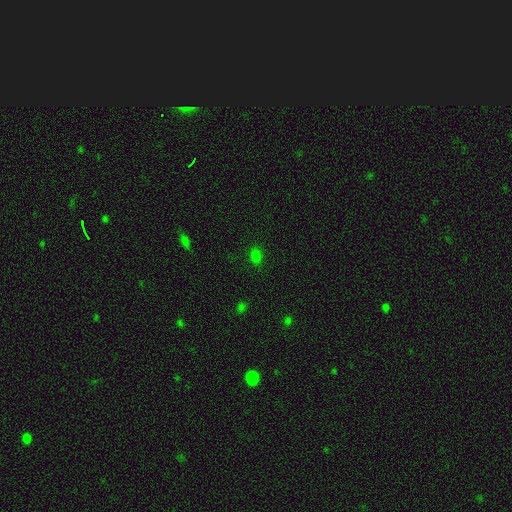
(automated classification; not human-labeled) Smooth or featured? smooth (76%)
How rounded? in between (64%)
Merging? none (85%)